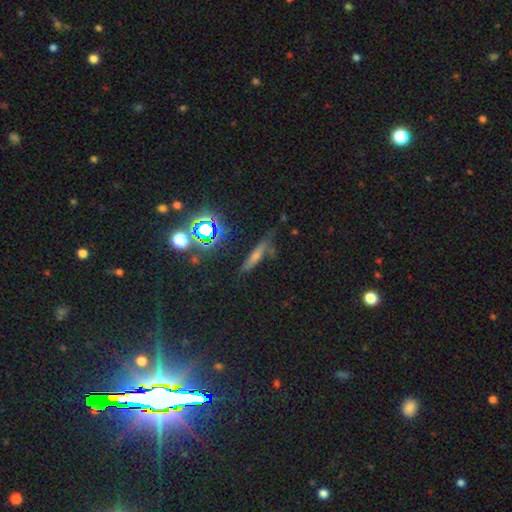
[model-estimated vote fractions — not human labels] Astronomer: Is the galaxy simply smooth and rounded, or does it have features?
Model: smooth — 42% (runner-up: featured or disk, 30%).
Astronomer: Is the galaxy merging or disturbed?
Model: none — 70%.